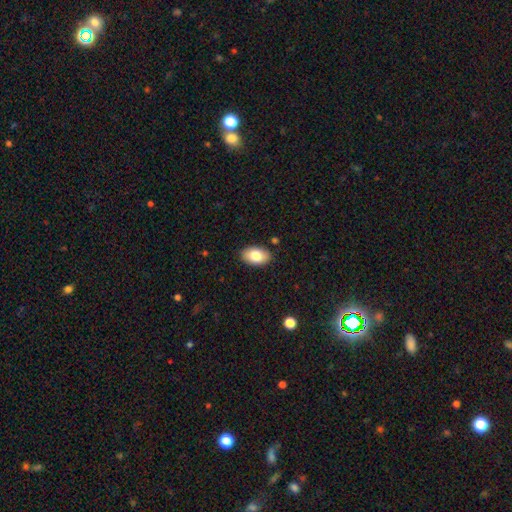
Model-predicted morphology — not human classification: A smooth galaxy with no disk features (80%) that is in between round and cigar-shaped (92%).

Vote fractions:
- Smooth or featured? smooth: 80% / featured or disk: 13% / star or artifact: 7%
- How rounded? in between: 92% / round: 7% / cigar-shaped: 1%
- Merging? none: 88% / minor disturbance: 9% / major disturbance: 2% / merger: 1%